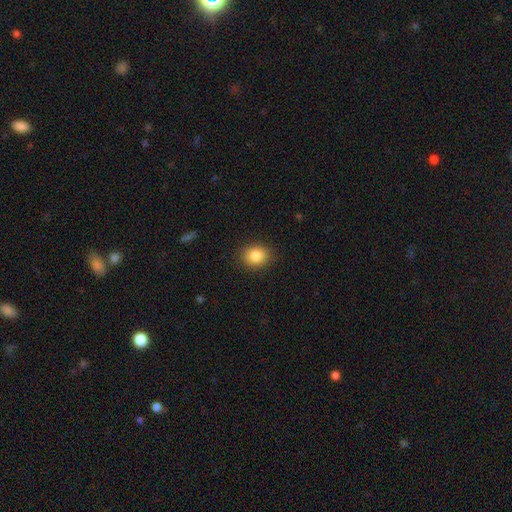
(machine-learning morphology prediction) Q: Smooth or featured?
A: smooth (85%); runner-up: star or artifact (9%)
Q: How rounded?
A: round (67%); runner-up: in between (32%)
Q: Merging?
A: none (88%); runner-up: minor disturbance (8%)